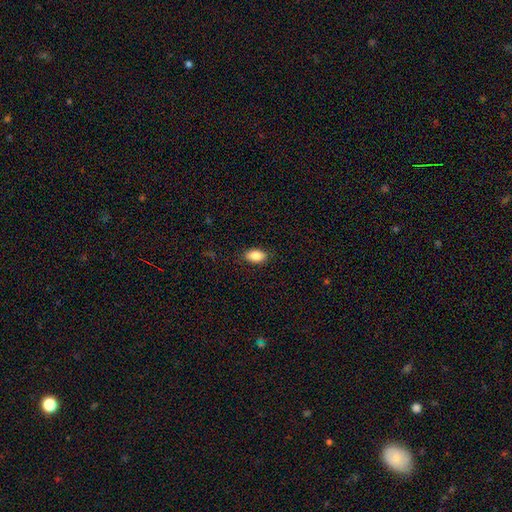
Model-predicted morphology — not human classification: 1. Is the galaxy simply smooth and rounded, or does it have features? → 87% smooth, 7% star or artifact, 5% featured or disk.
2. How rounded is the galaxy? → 91% in between, 7% round, 2% cigar-shaped.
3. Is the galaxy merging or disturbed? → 86% none, 10% minor disturbance, 3% major disturbance, 1% merger.